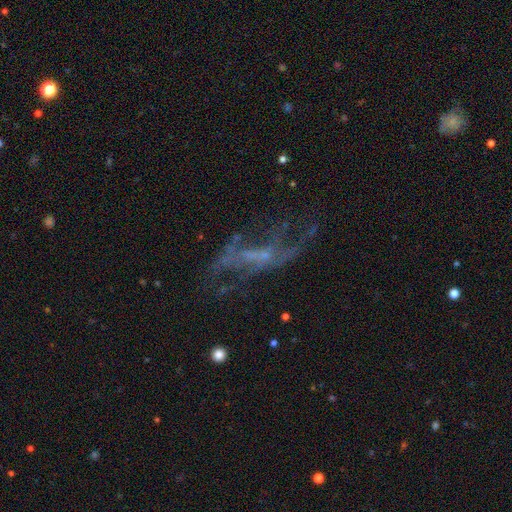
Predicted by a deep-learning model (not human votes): smooth-or-featured: featured or disk: 64% | star or artifact: 21% | smooth: 15%
  disk-edge-on: no: 89% | yes: 11%
    bar: no: 60% | weak: 28% | strong: 11%
    has-spiral-arms: no: 51% | yes: 49%
    bulge-size: none: 49% | small: 39% | moderate: 10% | large: 2% | dominant: 1%
  merging: none: 44% | major disturbance: 34% | minor disturbance: 16% | merger: 6%